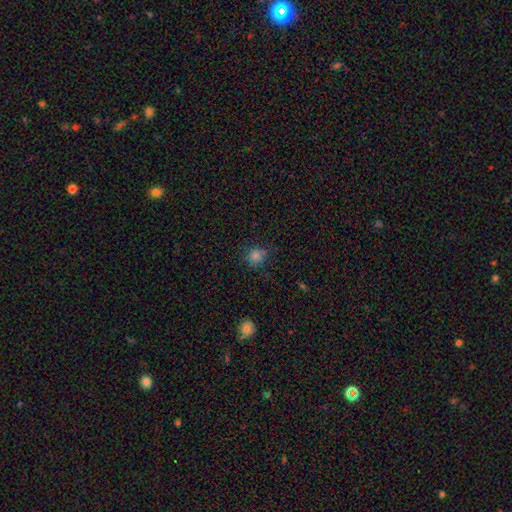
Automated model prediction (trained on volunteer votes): This appears to be a smooth galaxy with no disk features (78%) that is round (87%). Merging: none (80%).